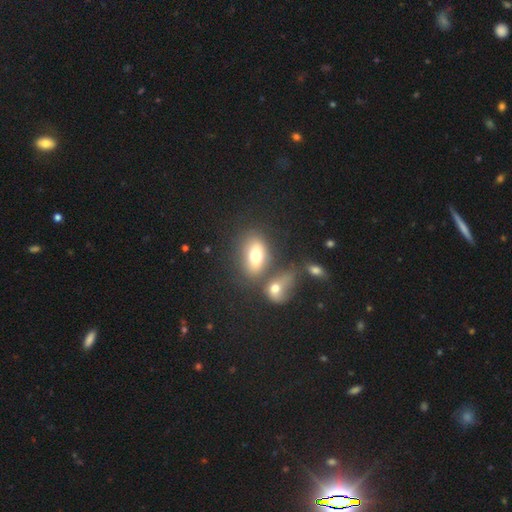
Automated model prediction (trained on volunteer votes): smooth 69%, featured or disk 21%, star or artifact 10%. Down the decision tree: how rounded — in between (81%); merging — none (50%).